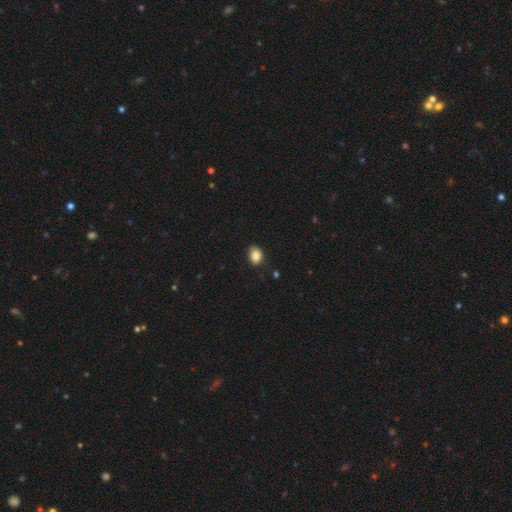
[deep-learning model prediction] A smooth galaxy with no disk features (85%) that is in between round and cigar-shaped (73%). Merging: none (79%).